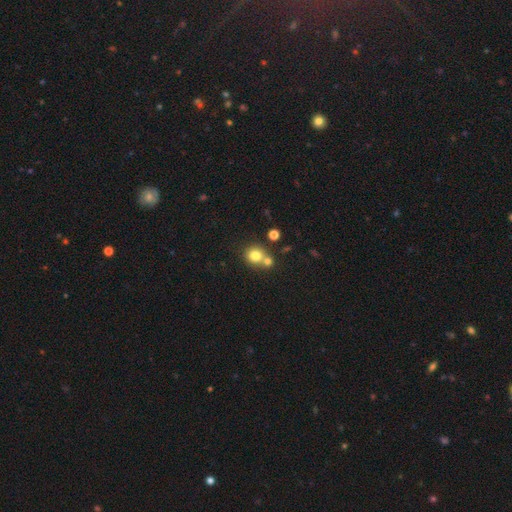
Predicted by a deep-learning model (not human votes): This is likely a smooth galaxy (78%). How rounded: clearly round (85%). Merging: possibly none (51%).